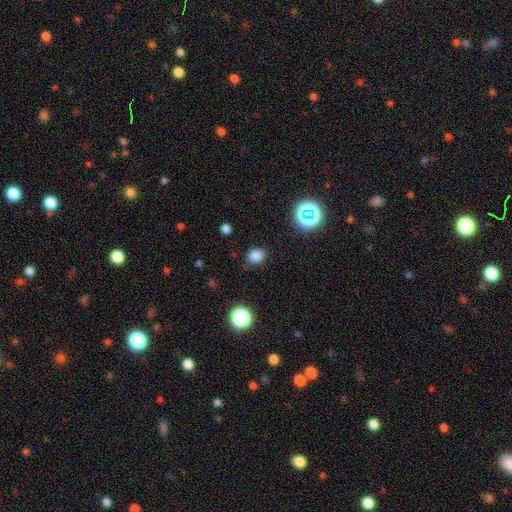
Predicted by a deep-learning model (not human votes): smooth 79%, star or artifact 16%, featured or disk 5%. Down the decision tree: how rounded — round (57%); merging — none (81%).